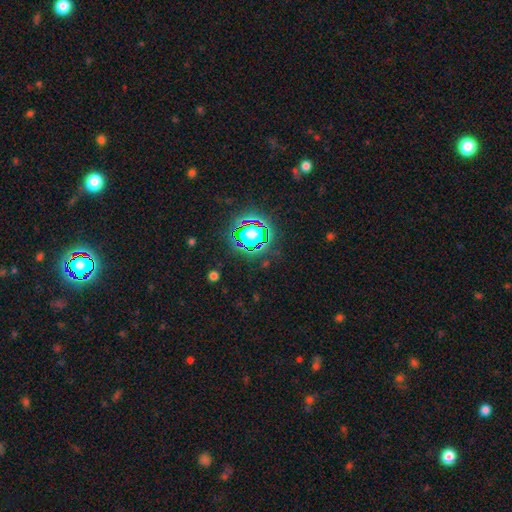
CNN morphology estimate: smooth_or_featured: star or artifact (p=0.77) [alt: smooth p=0.15]